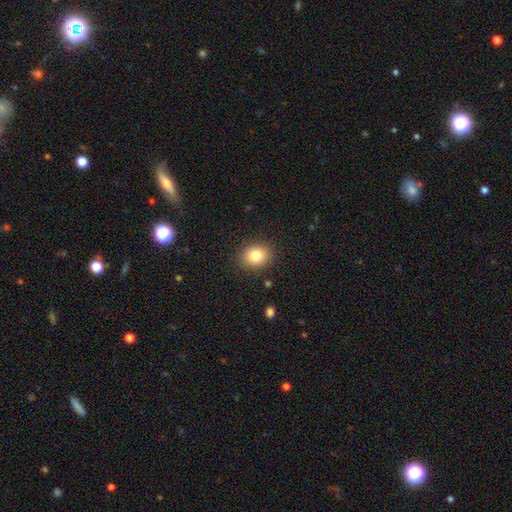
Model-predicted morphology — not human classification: Smooth or featured?
  - smooth: 83% *
  - star or artifact: 10%
  - featured or disk: 7%
How rounded?
  - round: 58% *
  - in between: 41%
  - cigar-shaped: 1%
Merging?
  - none: 88% *
  - minor disturbance: 8%
  - major disturbance: 3%
  - merger: 1%